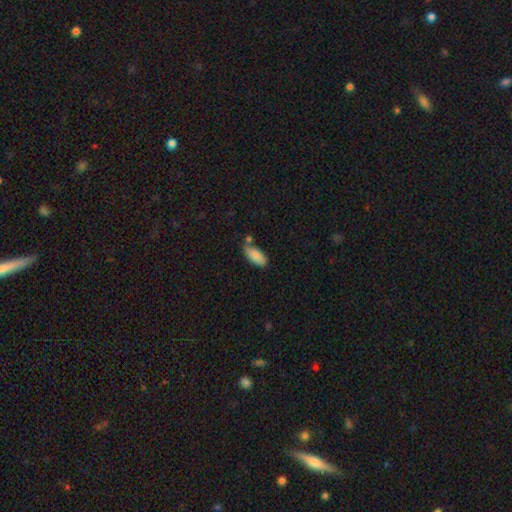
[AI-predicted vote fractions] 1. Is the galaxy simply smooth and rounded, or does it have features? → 87% smooth, 7% star or artifact, 6% featured or disk.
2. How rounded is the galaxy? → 88% in between, 10% cigar-shaped, 2% round.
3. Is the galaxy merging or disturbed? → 65% none, 20% minor disturbance, 12% merger, 4% major disturbance.